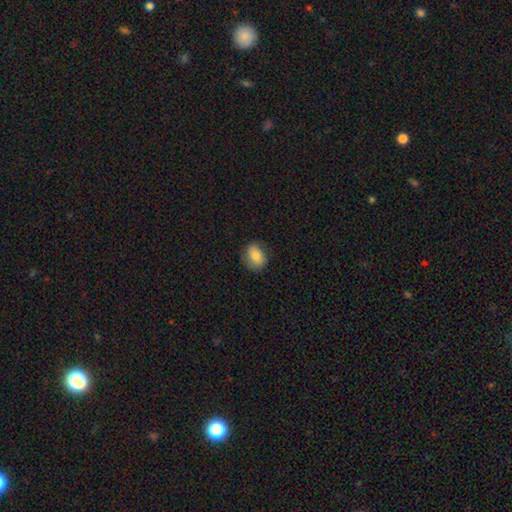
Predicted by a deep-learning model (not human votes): The model was most divided on "how rounded": in between: 59%, round: 40%, cigar-shaped: 1%. More confident: merging — none (80%); smooth or featured — smooth (79%).